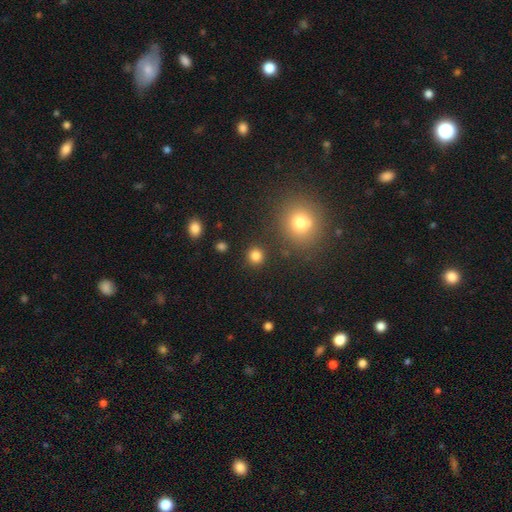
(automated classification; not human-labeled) Smooth or featured?
  - smooth: 83% *
  - star or artifact: 13%
  - featured or disk: 4%
How rounded?
  - round: 92% *
  - in between: 7%
  - cigar-shaped: 1%
Merging?
  - none: 90% *
  - minor disturbance: 5%
  - merger: 3%
  - major disturbance: 2%